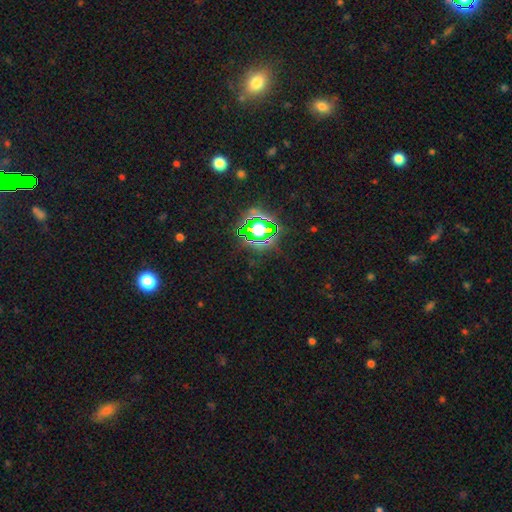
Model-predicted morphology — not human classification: The model was most divided on "smooth or featured": star or artifact: 78%, smooth: 15%, featured or disk: 7%.